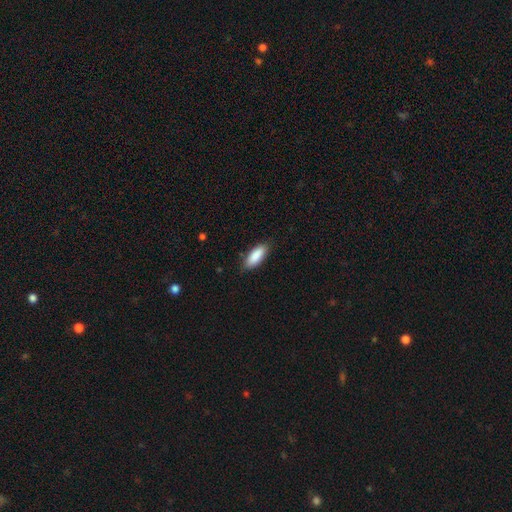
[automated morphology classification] This appears to be a smooth galaxy with no disk features (88%) that is in between round and cigar-shaped (77%). Merging: none (83%).